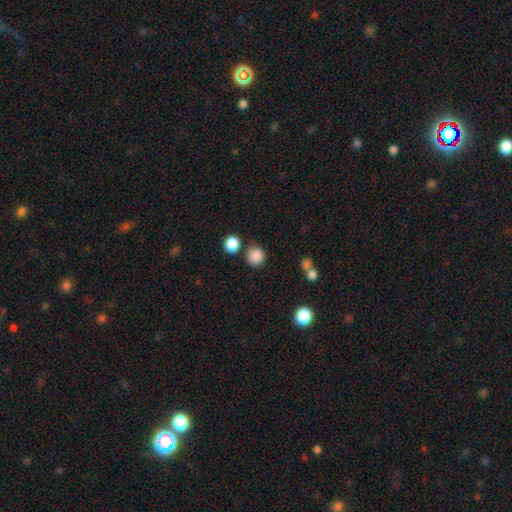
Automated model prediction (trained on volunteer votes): smooth 86%, star or artifact 10%, featured or disk 4%. Down the decision tree: how rounded — round (88%); merging — none (76%).